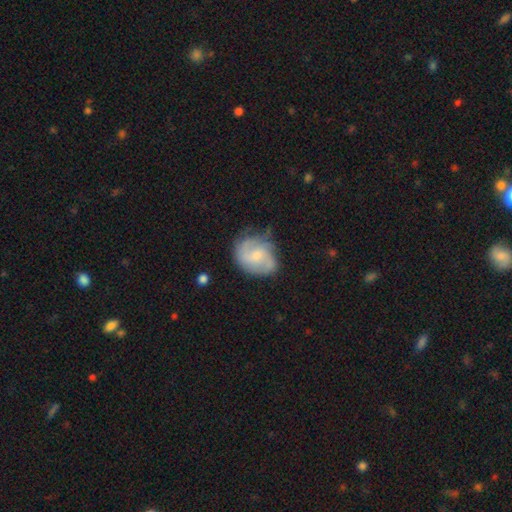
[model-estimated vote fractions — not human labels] Morphology: type=featured or disk (65%); edge-on=no (98%); bar=no (51%); spiral arms=yes (90%); winding=medium (47%); arm count=2 (60%); bulge=small (52%); merging=none (64%).